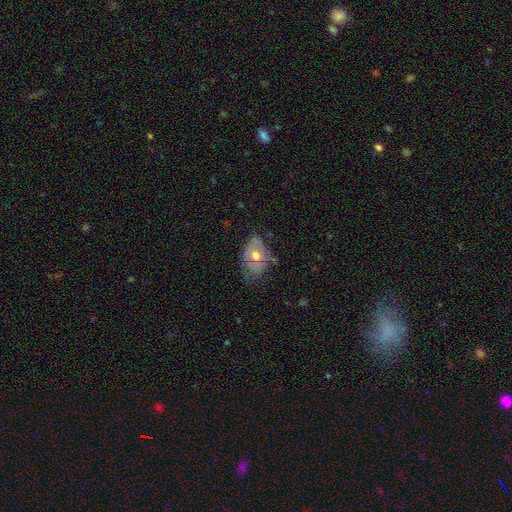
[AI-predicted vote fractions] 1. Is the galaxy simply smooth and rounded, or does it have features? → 48% smooth, 44% featured or disk, 8% star or artifact.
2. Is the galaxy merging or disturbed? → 48% none, 35% minor disturbance, 14% major disturbance, 2% merger.